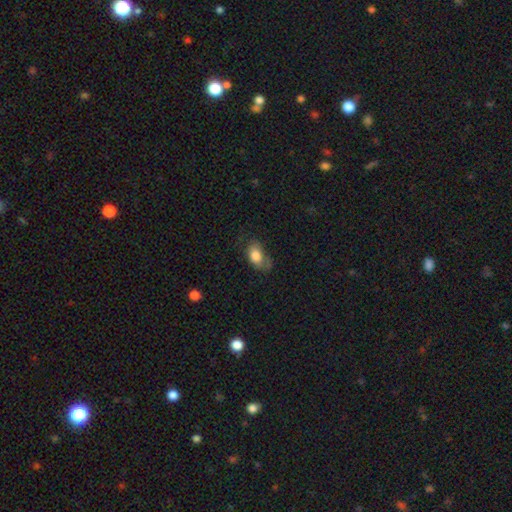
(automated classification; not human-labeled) Overall: smooth (79%). How rounded: in between (86%). Merging: none (40%; minor disturbance 34%).